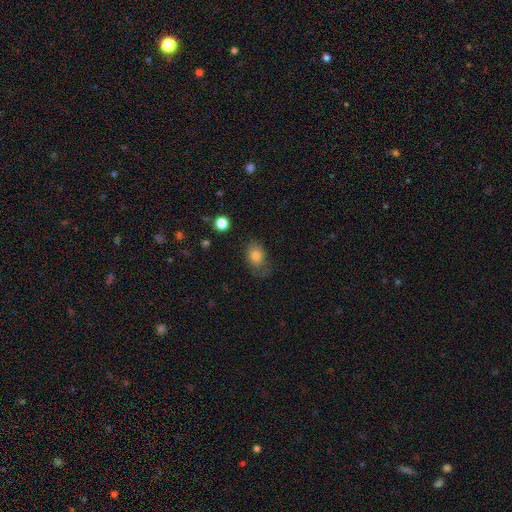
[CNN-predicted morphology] Smooth or featured? smooth (79%)
How rounded? in between (71%)
Merging? none (61%)